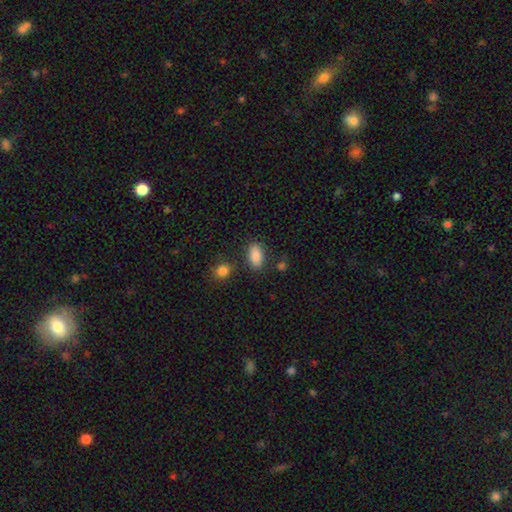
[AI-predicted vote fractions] A smooth galaxy with no disk features (87%) that is in between round and cigar-shaped (91%).

Vote fractions:
- Smooth or featured? smooth: 87% / star or artifact: 8% / featured or disk: 5%
- How rounded? in between: 91% / round: 6% / cigar-shaped: 3%
- Merging? none: 79% / minor disturbance: 12% / merger: 5% / major disturbance: 4%